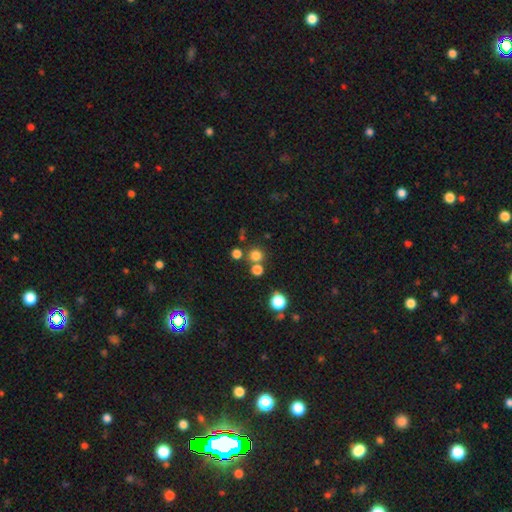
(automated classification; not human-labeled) Smooth or featured: smooth — 75% (star or artifact — 19%)
How rounded: round — 91% (in between — 8%)
Merging: none — 70% (merger — 20%)